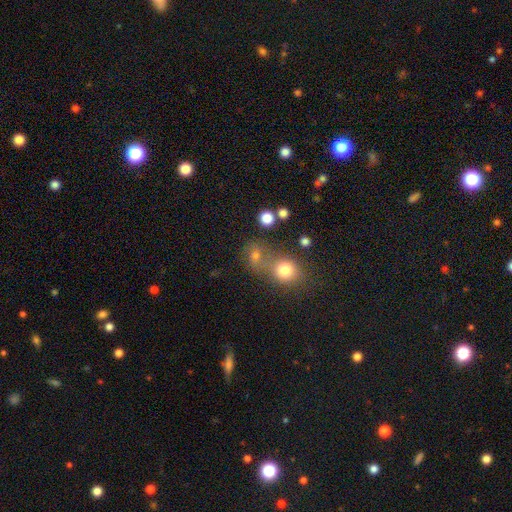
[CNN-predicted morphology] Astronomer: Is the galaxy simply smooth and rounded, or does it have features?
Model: smooth — 69%.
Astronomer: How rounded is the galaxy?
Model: round — 69%.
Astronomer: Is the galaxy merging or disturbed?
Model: none — 43% (runner-up: merger, 40%).